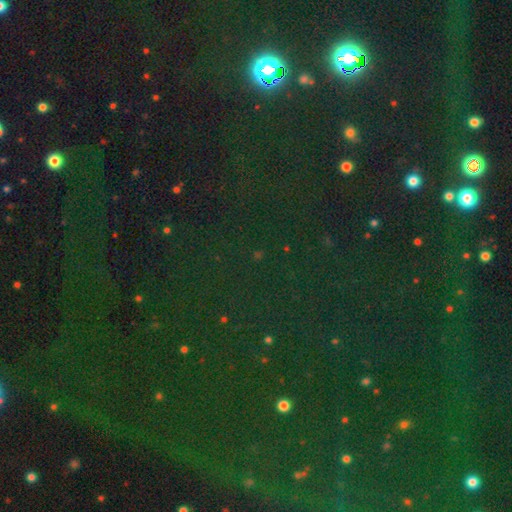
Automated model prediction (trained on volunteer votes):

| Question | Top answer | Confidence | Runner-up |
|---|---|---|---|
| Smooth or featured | star or artifact | 80% | smooth (12%) |